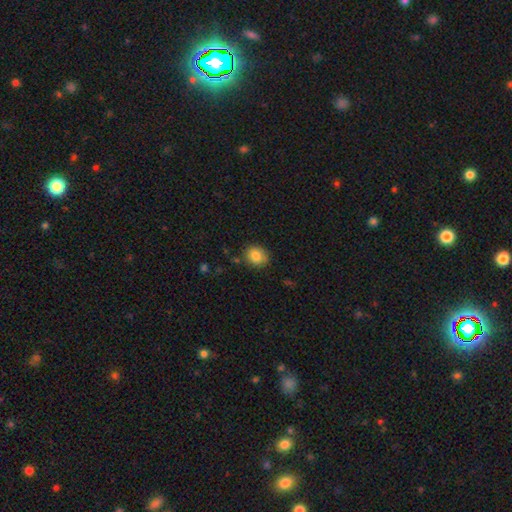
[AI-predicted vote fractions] Smooth or featured: smooth — 84% (star or artifact — 9%)
How rounded: round — 67% (in between — 32%)
Merging: none — 81% (minor disturbance — 14%)